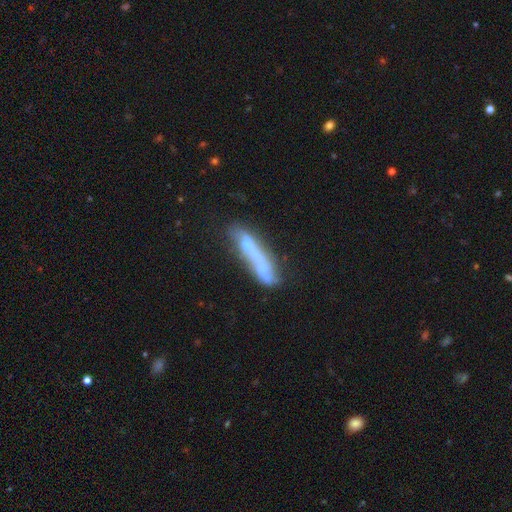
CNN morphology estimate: This is possibly a featured or disk galaxy (46%). Merging: possibly none (47%).